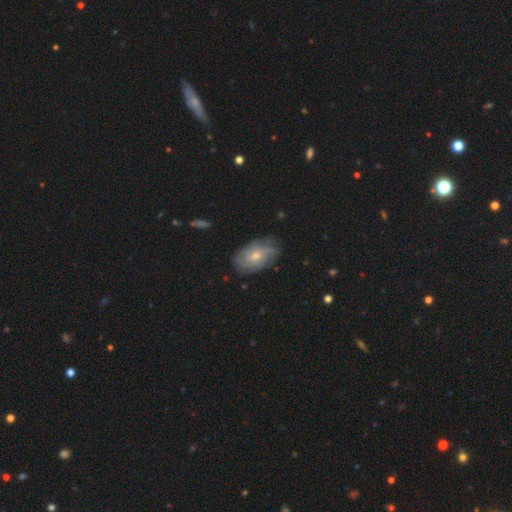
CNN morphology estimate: featured or disk 58%, smooth 35%, star or artifact 7%. Down the decision tree: edge-on disk — no (94%); bar — no (76%); spiral arms — yes (80%); bulge size — moderate (48%); merging — none (72%).